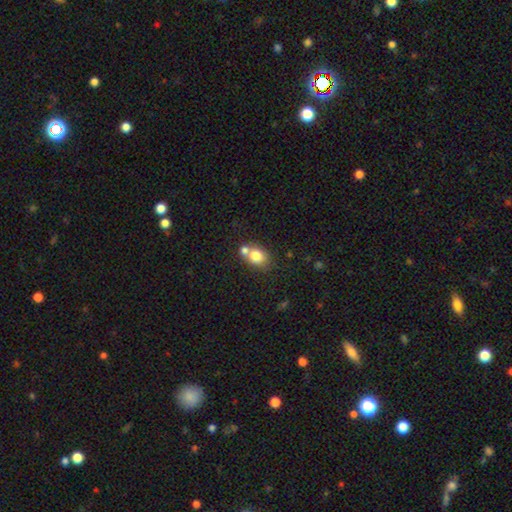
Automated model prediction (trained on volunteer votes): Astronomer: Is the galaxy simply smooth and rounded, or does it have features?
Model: smooth — 78%.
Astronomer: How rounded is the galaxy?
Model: round — 60% (runner-up: in between, 39%).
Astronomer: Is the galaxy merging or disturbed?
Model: merger — 44% (runner-up: none, 43%).